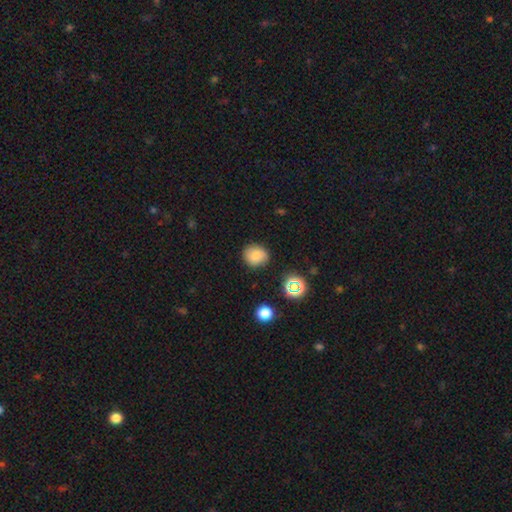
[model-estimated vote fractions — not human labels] A smooth galaxy with no disk features (79%) that is round (82%).

Vote fractions:
- Smooth or featured? smooth: 79% / star or artifact: 13% / featured or disk: 8%
- How rounded? round: 82% / in between: 17% / cigar-shaped: 1%
- Merging? none: 82% / minor disturbance: 13% / major disturbance: 3% / merger: 2%